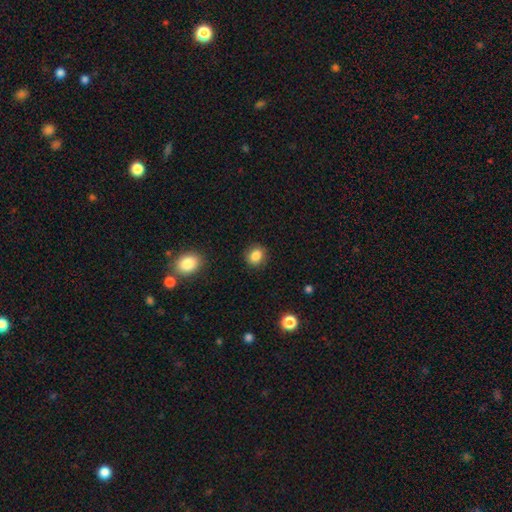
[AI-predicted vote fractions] Smooth or featured? Predicted: smooth (p=0.86). How rounded? Predicted: round (p=0.68). Merging? Predicted: none (p=0.87).